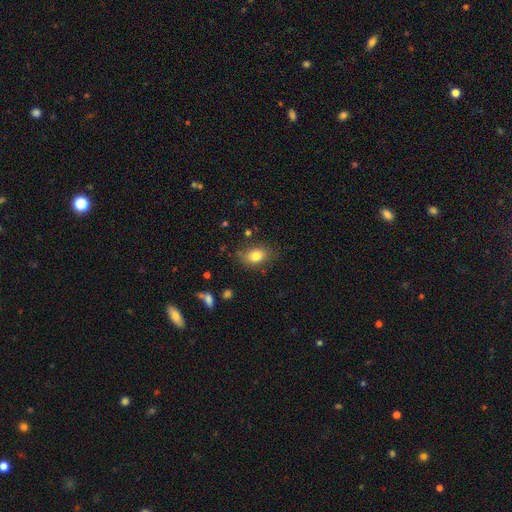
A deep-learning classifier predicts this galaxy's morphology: Smooth or featured: smooth — 81% (star or artifact — 10%)
How rounded: in between — 73% (round — 25%)
Merging: none — 79% (minor disturbance — 15%)